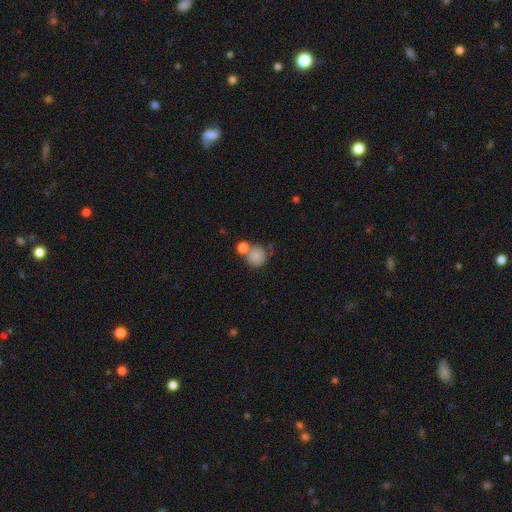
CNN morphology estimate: A smooth galaxy with no disk features (83%) that is round (88%). Merging: none (55%).